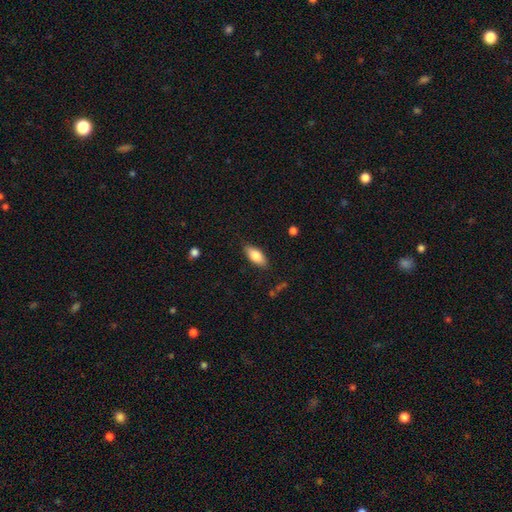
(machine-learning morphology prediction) smooth-or-featured: smooth: 79% | featured or disk: 14% | star or artifact: 6%
  how-rounded: in between: 84% | cigar-shaped: 14% | round: 2%
  merging: none: 84% | minor disturbance: 12% | major disturbance: 3% | merger: 1%